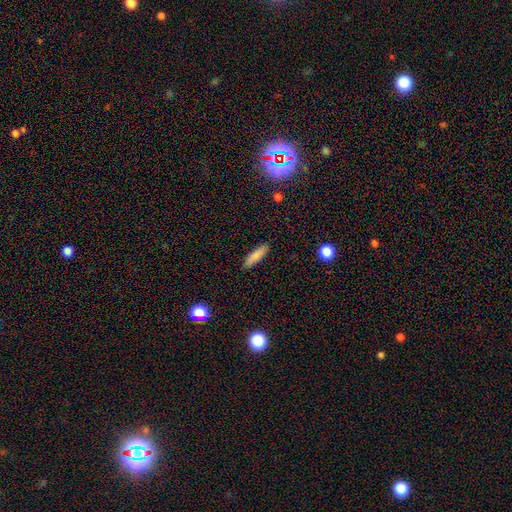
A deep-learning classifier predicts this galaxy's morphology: A smooth galaxy with no disk features (83%) that is cigar-shaped (71%).

Vote fractions:
- Smooth or featured? smooth: 83% / featured or disk: 9% / star or artifact: 7%
- How rounded? cigar-shaped: 71% / in between: 28% / round: 2%
- Merging? none: 89% / minor disturbance: 8% / major disturbance: 2% / merger: 1%